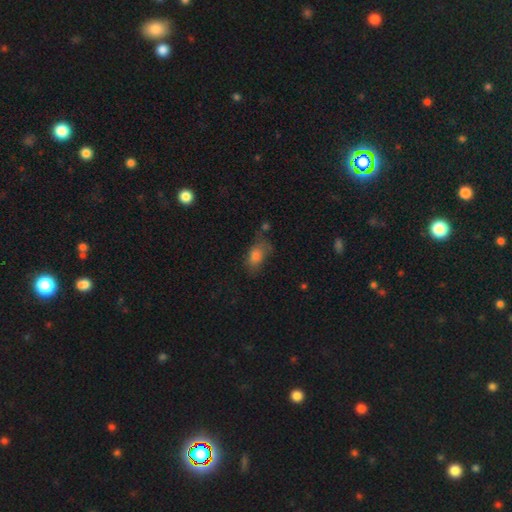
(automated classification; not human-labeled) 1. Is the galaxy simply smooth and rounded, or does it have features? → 76% smooth, 13% featured or disk, 11% star or artifact.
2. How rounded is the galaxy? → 82% in between, 15% round, 4% cigar-shaped.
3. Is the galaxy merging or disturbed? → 51% none, 30% minor disturbance, 14% major disturbance, 6% merger.